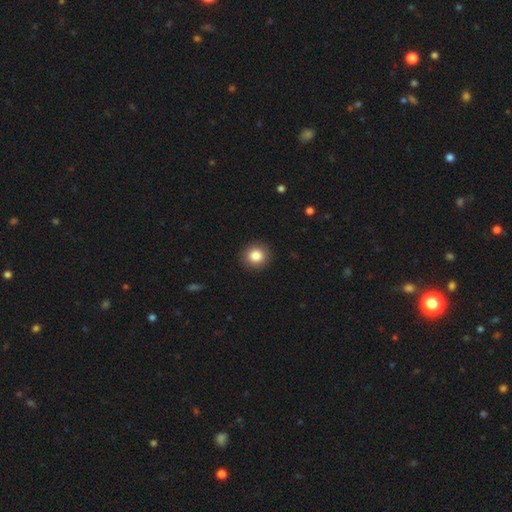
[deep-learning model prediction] Smooth or featured?
  - smooth: 85% *
  - star or artifact: 9%
  - featured or disk: 6%
How rounded?
  - round: 92% *
  - in between: 8%
  - cigar-shaped: 1%
Merging?
  - none: 91% *
  - minor disturbance: 6%
  - major disturbance: 2%
  - merger: 1%